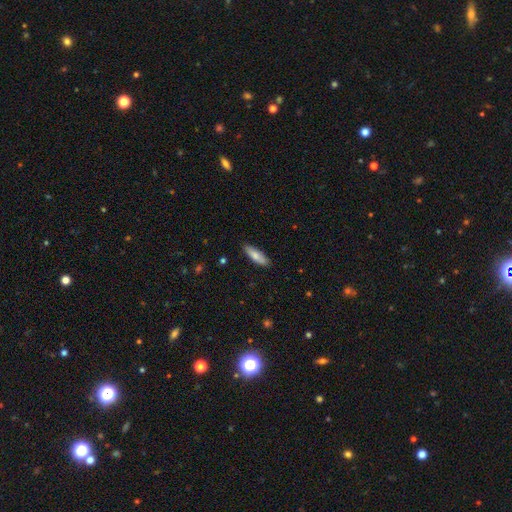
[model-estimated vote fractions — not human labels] This appears to be a smooth galaxy with no disk features (78%) that is cigar-shaped (50%). Merging: none (85%).